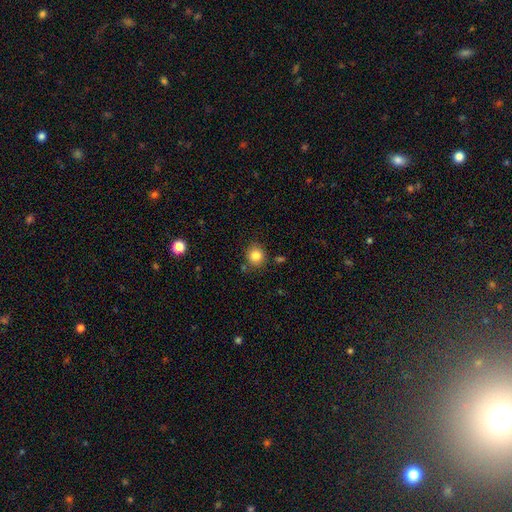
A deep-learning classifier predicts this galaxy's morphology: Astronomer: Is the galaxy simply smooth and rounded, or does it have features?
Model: smooth — 83%.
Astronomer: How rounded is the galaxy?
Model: round — 83%.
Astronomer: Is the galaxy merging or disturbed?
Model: none — 81%.